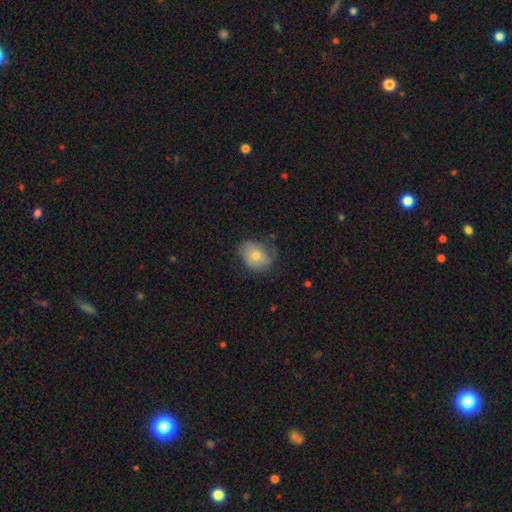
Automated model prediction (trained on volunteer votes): Smooth or featured? smooth (66%)
How rounded? in between (54%)
Merging? none (66%)